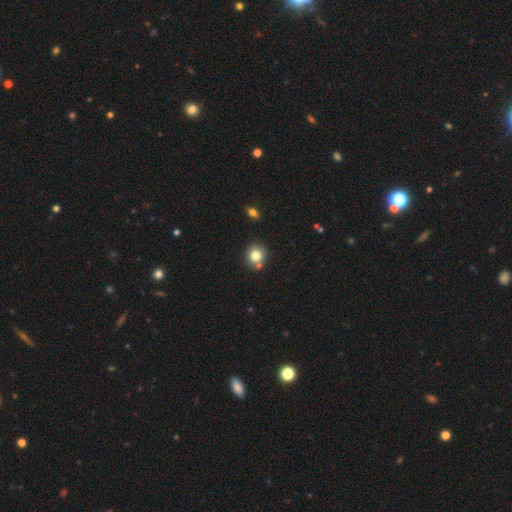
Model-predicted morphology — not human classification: type=smooth (79%); roundness=round (83%); merging=none (73%).